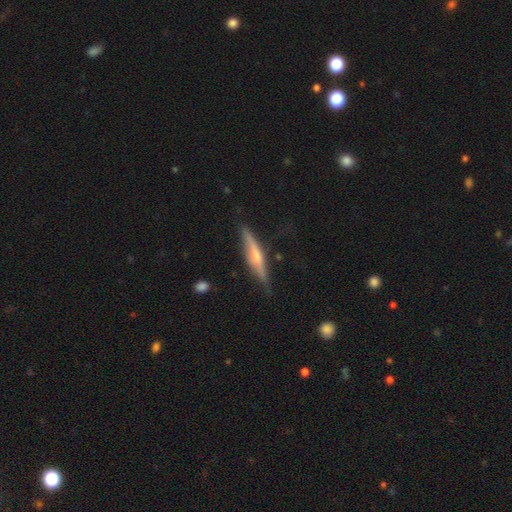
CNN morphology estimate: Overall: featured or disk (67%; smooth 27%). Edge-on disk: yes (95%). Edge-on bulge: rounded (78%). Merging: none (81%).